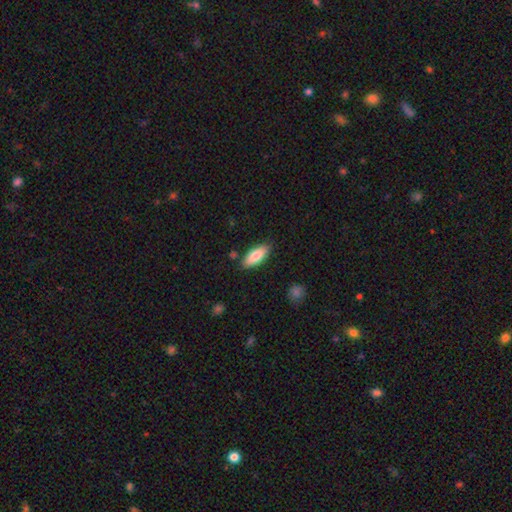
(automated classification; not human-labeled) smooth 79%, featured or disk 15%, star or artifact 6%. Down the decision tree: how rounded — in between (78%); merging — none (84%).